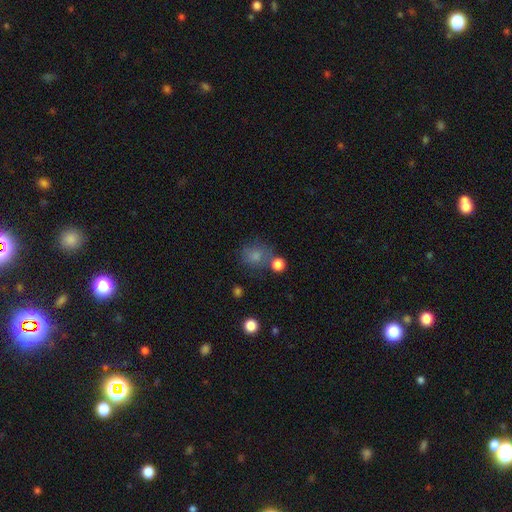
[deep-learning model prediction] smooth-or-featured: smooth: 78% | star or artifact: 13% | featured or disk: 9%
  how-rounded: round: 75% | in between: 24% | cigar-shaped: 1%
  merging: none: 58% | minor disturbance: 17% | merger: 16% | major disturbance: 9%